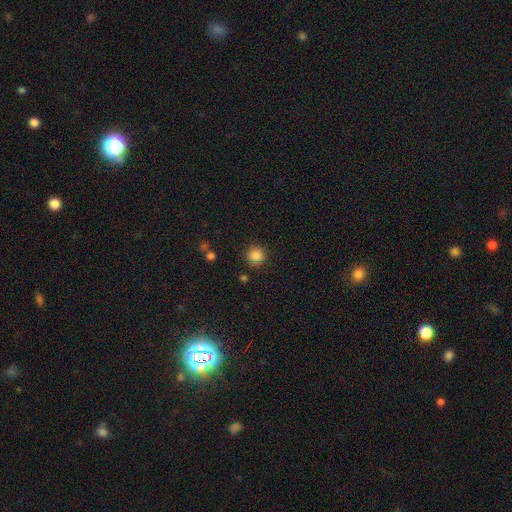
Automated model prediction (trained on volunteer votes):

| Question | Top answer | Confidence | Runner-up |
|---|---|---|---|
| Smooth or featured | smooth | 83% | star or artifact (13%) |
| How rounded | round | 93% | in between (6%) |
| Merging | none | 84% | minor disturbance (10%) |